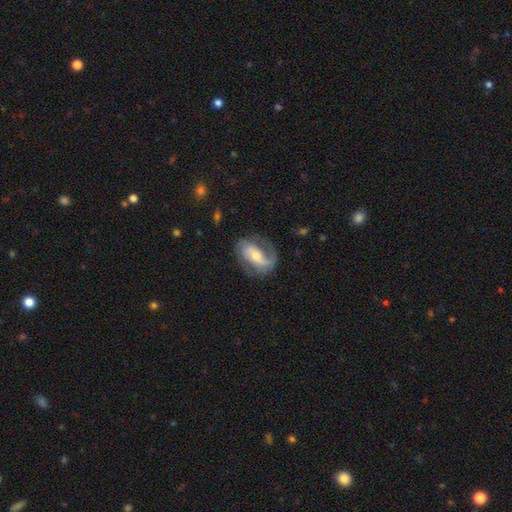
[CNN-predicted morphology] smooth-or-featured: featured or disk: 80% | smooth: 15% | star or artifact: 6%
  disk-edge-on: no: 96% | yes: 4%
    bar: weak: 36% | strong: 33% | no: 31%
    has-spiral-arms: yes: 92% | no: 8%
      spiral-winding: medium: 42% | loose: 31% | tight: 26%
      spiral-arm-count: 2: 64% | 1: 25% | can't tell: 6% | 3: 2% | 4: 1% | more than 4: 1%
    bulge-size: moderate: 53% | small: 40% | large: 5% | none: 2% | dominant: 1%
  merging: none: 68% | minor disturbance: 18% | major disturbance: 12% | merger: 2%